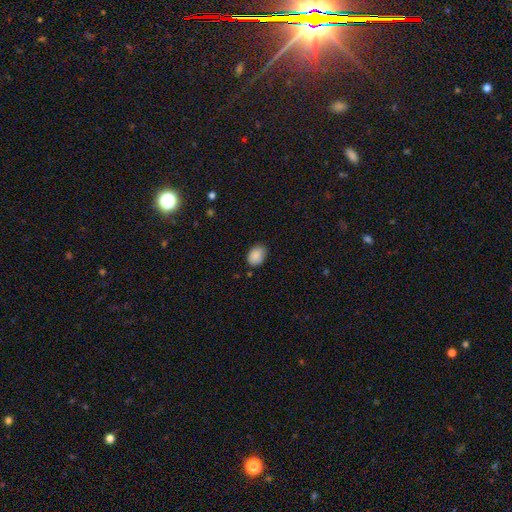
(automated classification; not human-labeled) Q: Smooth or featured?
A: smooth (89%); runner-up: star or artifact (8%)
Q: How rounded?
A: in between (79%); runner-up: round (20%)
Q: Merging?
A: none (79%); runner-up: minor disturbance (17%)